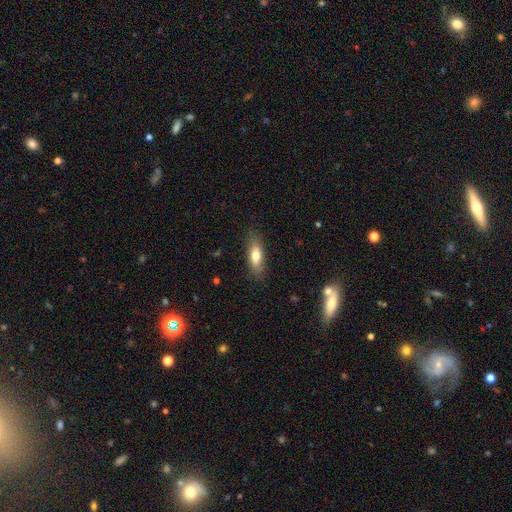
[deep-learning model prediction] smooth_or_featured: smooth (p=0.72) [alt: featured or disk p=0.21]
how_rounded: in between (p=0.62) [alt: cigar-shaped p=0.35]
merging: none (p=0.83) [alt: minor disturbance p=0.13]